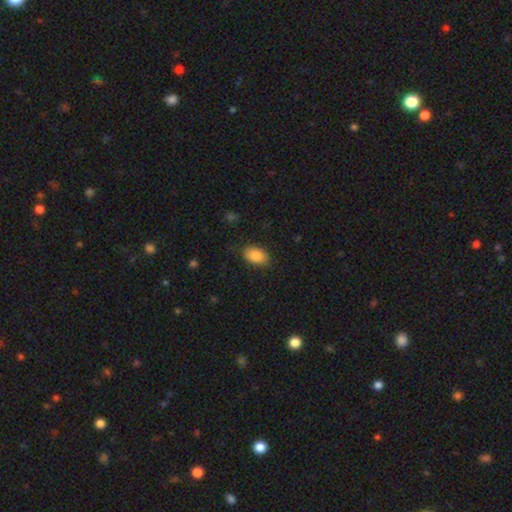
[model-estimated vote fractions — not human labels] smooth_or_featured: smooth (p=0.87) [alt: star or artifact p=0.07]
how_rounded: in between (p=0.90) [alt: round p=0.09]
merging: none (p=0.81) [alt: minor disturbance p=0.14]